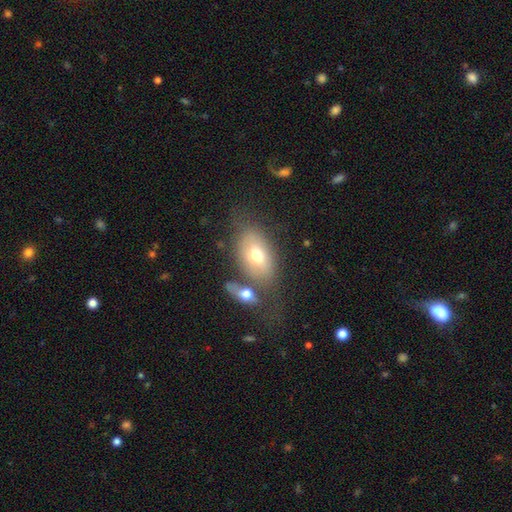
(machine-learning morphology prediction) A smooth galaxy with no disk features (65%) that is in between round and cigar-shaped (86%).

Vote fractions:
- Smooth or featured? smooth: 65% / featured or disk: 26% / star or artifact: 9%
- How rounded? in between: 86% / round: 12% / cigar-shaped: 2%
- Merging? none: 55% / merger: 20% / minor disturbance: 16% / major disturbance: 9%